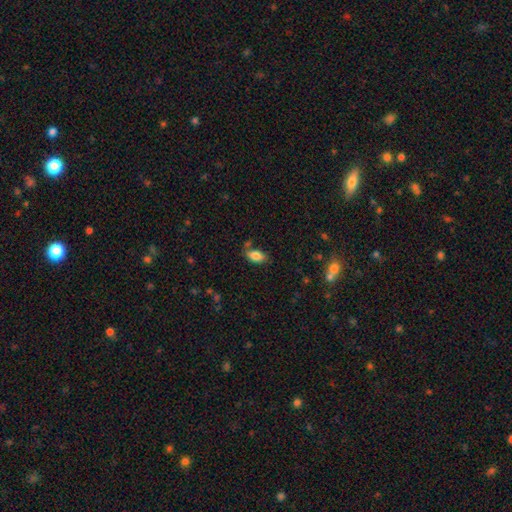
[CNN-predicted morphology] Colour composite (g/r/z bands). It shows a smooth galaxy with no disk features (84%) that is in between round and cigar-shaped (92%). Merging: none (71%).